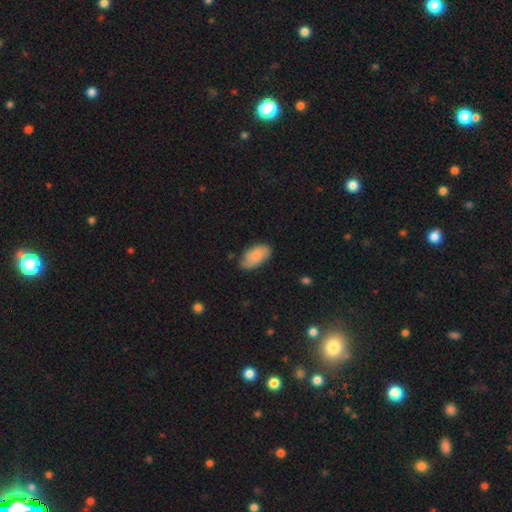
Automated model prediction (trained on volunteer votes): Smooth or featured?
  - smooth: 73% *
  - featured or disk: 21%
  - star or artifact: 7%
How rounded?
  - in between: 94% *
  - round: 3%
  - cigar-shaped: 3%
Merging?
  - none: 70% *
  - minor disturbance: 24%
  - major disturbance: 4%
  - merger: 2%